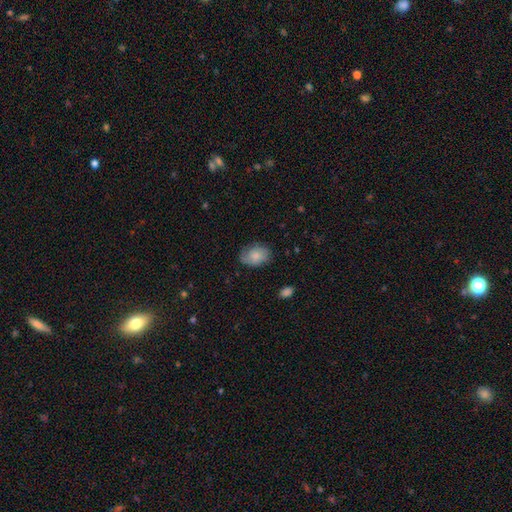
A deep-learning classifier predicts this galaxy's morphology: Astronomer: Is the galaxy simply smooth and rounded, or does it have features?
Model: smooth — 78%.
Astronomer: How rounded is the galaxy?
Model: in between — 75%.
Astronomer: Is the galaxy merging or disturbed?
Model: none — 71%.